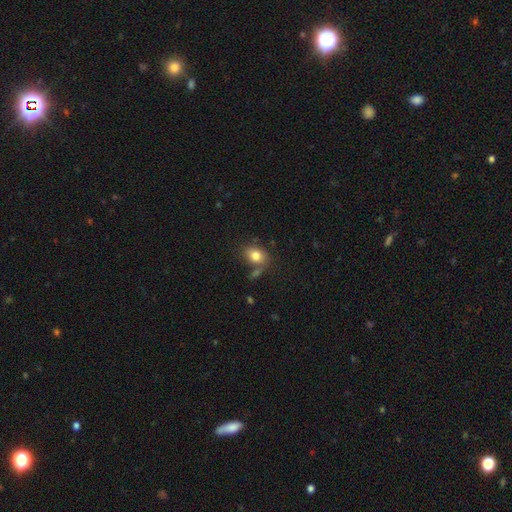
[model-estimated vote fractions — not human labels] Smooth or featured? Predicted: smooth (p=0.81). How rounded? Predicted: in between (p=0.65). Merging? Predicted: none (p=0.61).